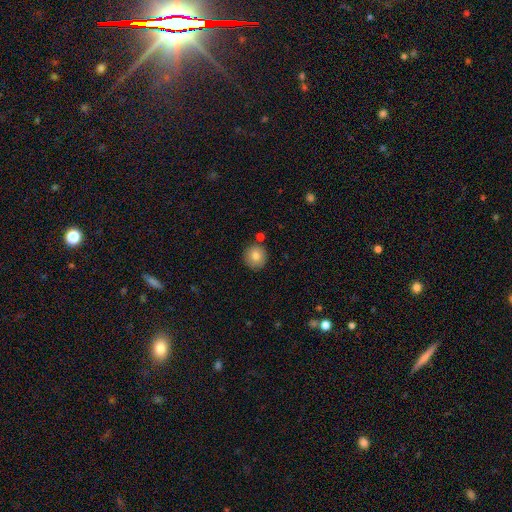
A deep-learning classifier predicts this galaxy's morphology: This appears to be a smooth galaxy with no disk features (82%) that is round (93%). Merging: none (82%).